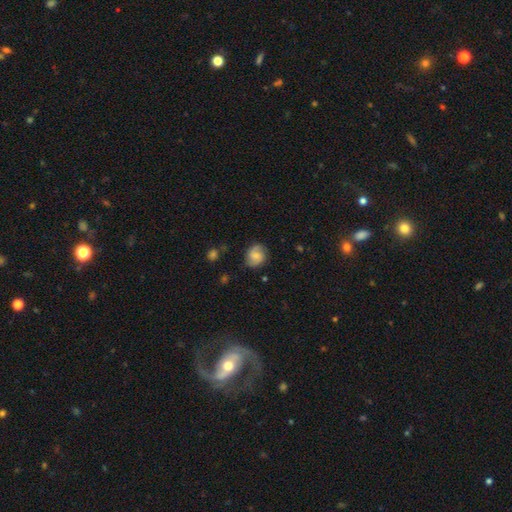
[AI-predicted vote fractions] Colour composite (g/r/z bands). It shows a featured or disk galaxy (47%). Merging: none (75%).